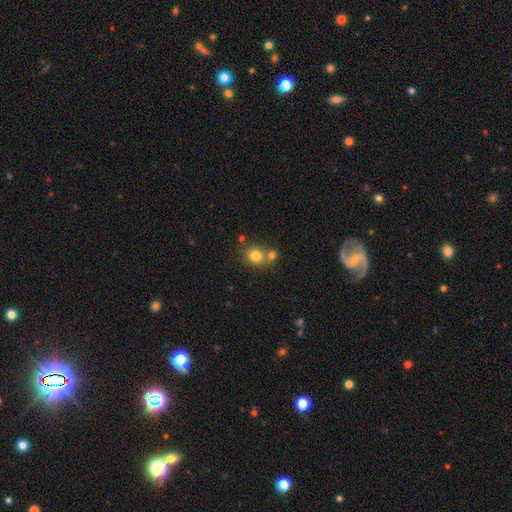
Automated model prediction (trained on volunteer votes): smooth_or_featured: smooth (p=0.78) [alt: star or artifact p=0.12]
how_rounded: round (p=0.75) [alt: in between p=0.24]
merging: none (p=0.54) [alt: merger p=0.35]